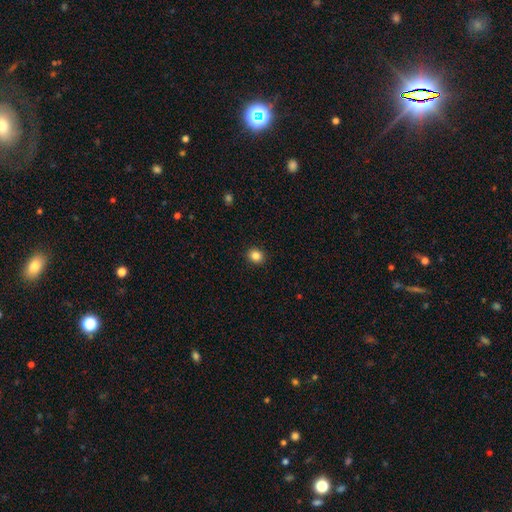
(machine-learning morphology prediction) This is clearly a smooth galaxy (85%). How rounded: likely round (73%). Merging: clearly none (92%).